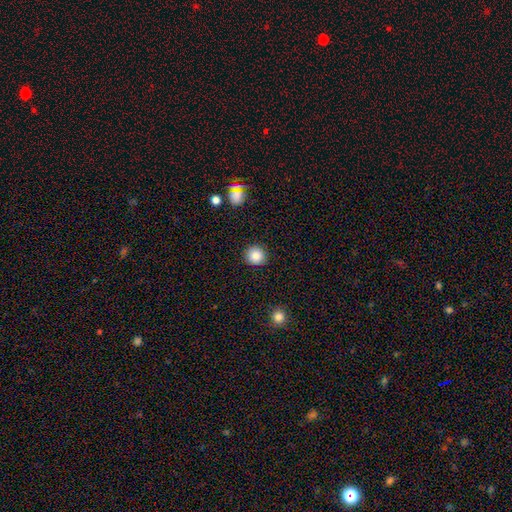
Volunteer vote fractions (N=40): smooth 88%, star or artifact 12%, featured or disk 0%. Down the decision tree: how rounded — round (91%); merging — none (89%).